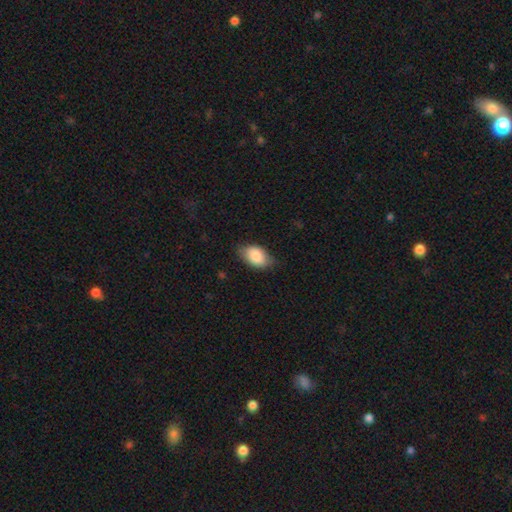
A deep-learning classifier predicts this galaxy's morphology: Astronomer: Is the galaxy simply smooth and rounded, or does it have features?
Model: smooth — 85%.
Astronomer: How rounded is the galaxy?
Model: in between — 90%.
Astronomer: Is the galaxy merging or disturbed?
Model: none — 74%.